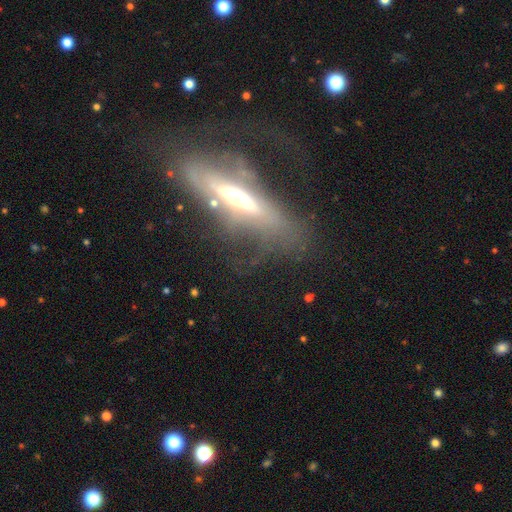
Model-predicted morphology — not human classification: featured or disk 72%, smooth 19%, star or artifact 9%. Down the decision tree: edge-on disk — yes (66%); merging — none (51%).